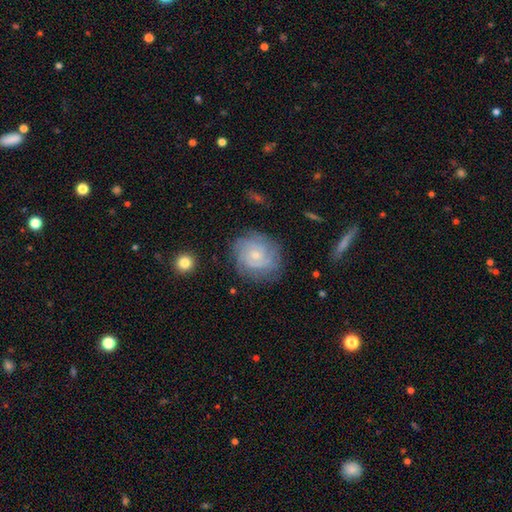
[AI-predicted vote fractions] Smooth or featured: featured or disk — 77% (smooth — 16%)
Edge-on disk: no — 98% (yes — 2%)
Bar: no — 75% (weak — 22%)
Spiral arms: yes — 93% (no — 7%)
Spiral winding: tight — 70% (medium — 23%)
Spiral arm count: can't tell — 38% (3 — 19%)
Bulge size: small — 72% (moderate — 24%)
Merging: none — 76% (minor disturbance — 16%)